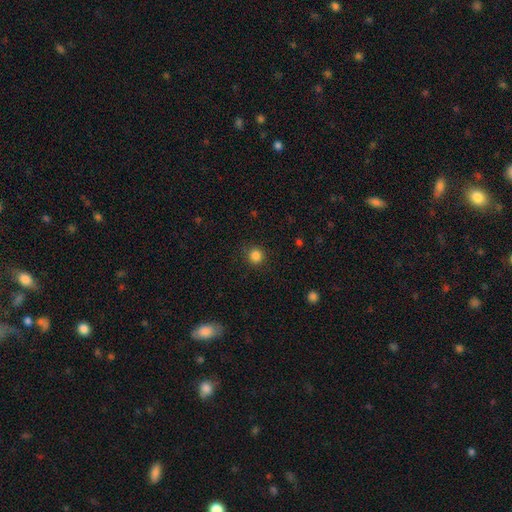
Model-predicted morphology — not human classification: This is clearly a smooth galaxy (85%). How rounded: clearly round (92%). Merging: clearly none (89%).